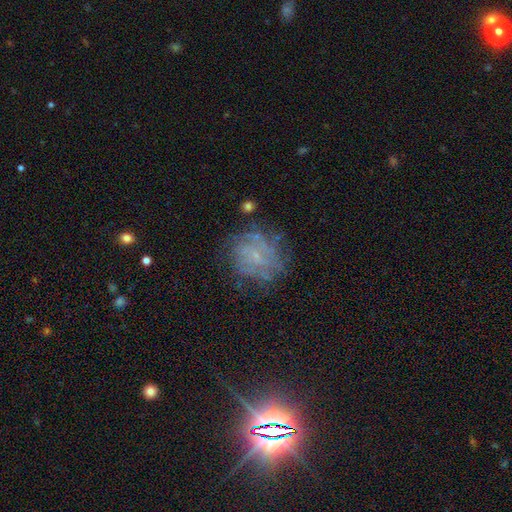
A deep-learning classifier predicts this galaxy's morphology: The model was most divided on "bar": no: 62%, weak: 31%, strong: 6%. More confident: edge-on disk — no (97%); spiral arms — yes (71%); bulge size — small (67%); merging — none (67%); smooth or featured — featured or disk (60%).